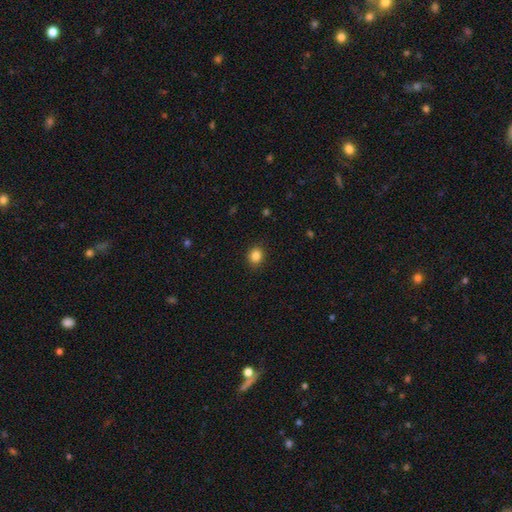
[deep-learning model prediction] This is clearly a smooth galaxy (85%). How rounded: likely round (75%). Merging: clearly none (90%).